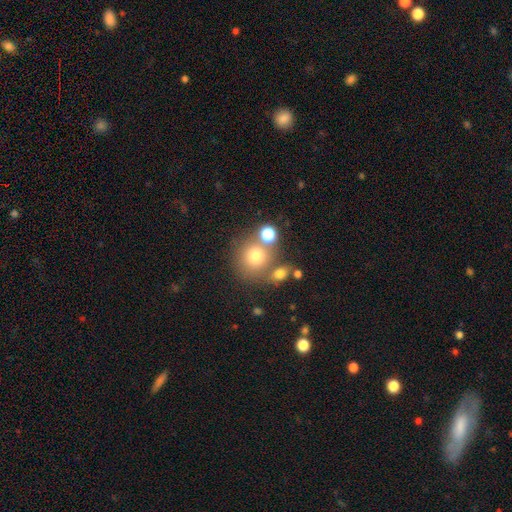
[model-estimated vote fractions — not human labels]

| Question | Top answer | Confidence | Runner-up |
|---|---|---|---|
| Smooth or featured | smooth | 74% | star or artifact (14%) |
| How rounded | round | 88% | in between (11%) |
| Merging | none | 62% | merger (22%) |